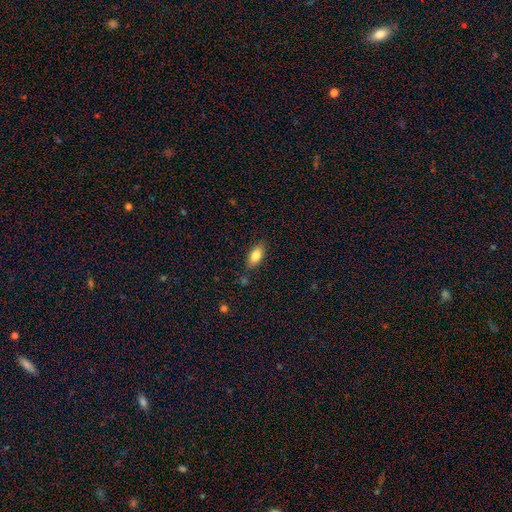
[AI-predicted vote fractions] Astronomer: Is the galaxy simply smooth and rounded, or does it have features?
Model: smooth — 79%.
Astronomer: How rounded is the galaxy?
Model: in between — 85%.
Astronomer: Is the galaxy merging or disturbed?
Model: none — 82%.